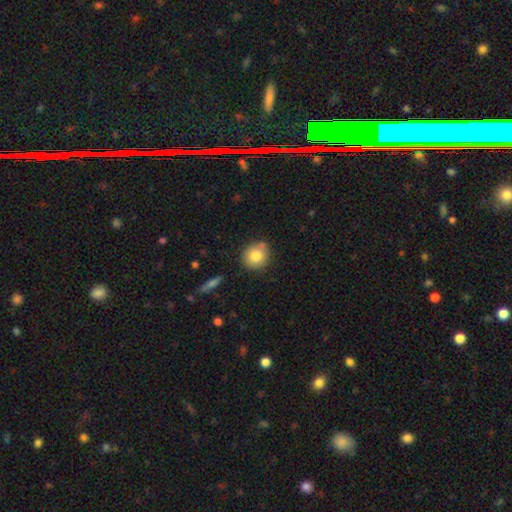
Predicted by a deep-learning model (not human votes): Smooth or featured?
  - smooth: 81% *
  - featured or disk: 11%
  - star or artifact: 9%
How rounded?
  - round: 86% *
  - in between: 13%
  - cigar-shaped: 1%
Merging?
  - none: 75% *
  - minor disturbance: 14%
  - merger: 8%
  - major disturbance: 3%